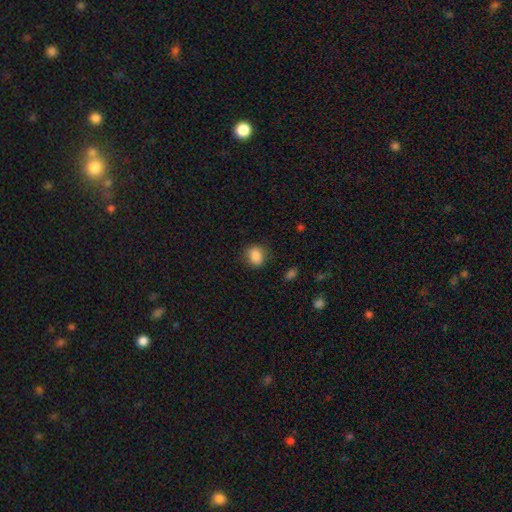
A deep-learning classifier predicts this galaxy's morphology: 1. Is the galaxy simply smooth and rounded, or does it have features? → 86% smooth, 9% star or artifact, 5% featured or disk.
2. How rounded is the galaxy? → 56% round, 42% in between, 1% cigar-shaped.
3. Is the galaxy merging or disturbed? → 81% none, 14% minor disturbance, 4% major disturbance, 1% merger.